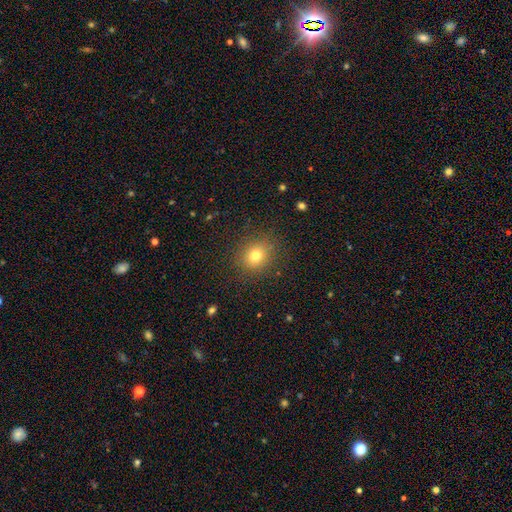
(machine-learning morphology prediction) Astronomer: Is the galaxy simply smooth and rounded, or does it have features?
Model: smooth — 77%.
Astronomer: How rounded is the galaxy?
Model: round — 75%.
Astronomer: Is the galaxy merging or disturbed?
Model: none — 86%.